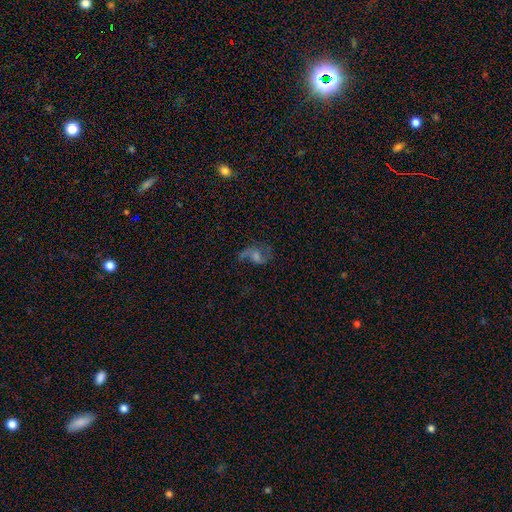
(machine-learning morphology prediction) This appears to be a featured or disk galaxy (65%) with no bar (48%), 2 (79%) loose (65%) spiral arms (86%) and a moderate central bulge (37%). Merging: none (54%).